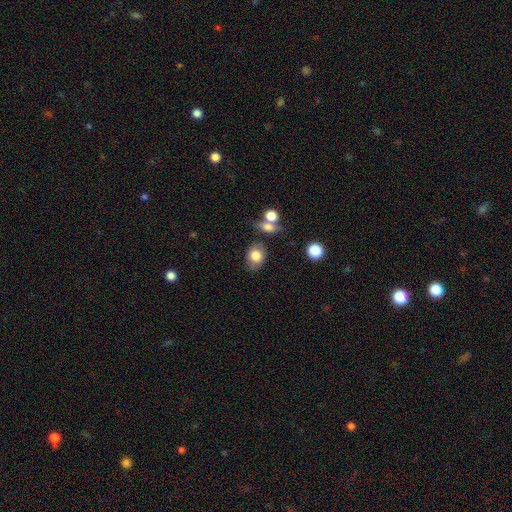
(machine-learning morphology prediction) This appears to be a smooth galaxy with no disk features (79%) that is in between round and cigar-shaped (66%). Merging: none (69%).